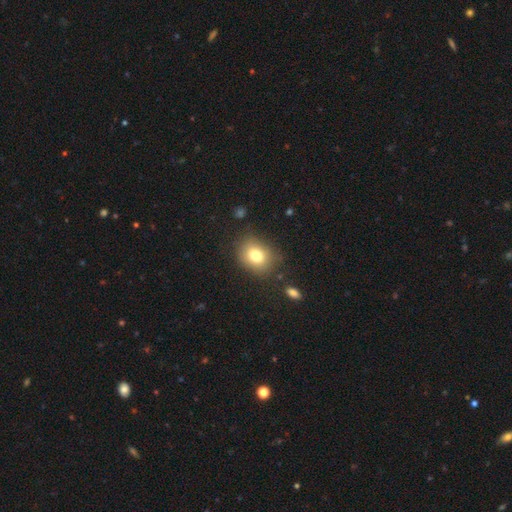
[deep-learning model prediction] Overall: smooth (78%). How rounded: in between (54%; round 45%). Merging: none (77%).